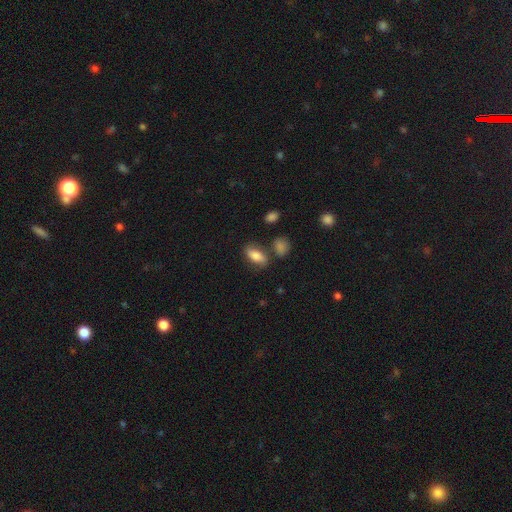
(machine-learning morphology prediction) The model was most divided on "merging": none: 67%, minor disturbance: 18%, merger: 10%, major disturbance: 6%. More confident: how rounded — in between (84%); smooth or featured — smooth (74%).